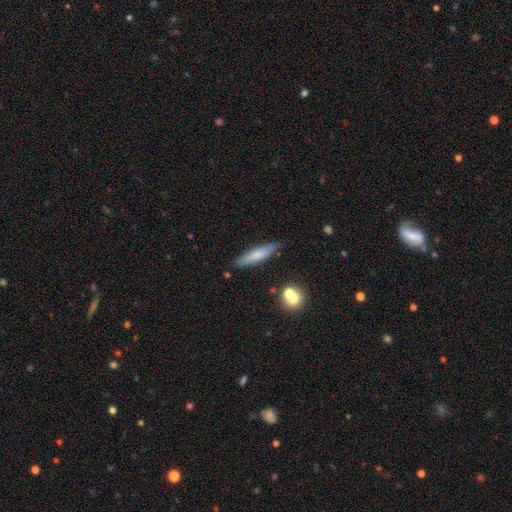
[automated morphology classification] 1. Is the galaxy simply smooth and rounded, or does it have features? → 62% smooth, 30% featured or disk, 8% star or artifact.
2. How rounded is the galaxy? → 85% cigar-shaped, 13% in between, 2% round.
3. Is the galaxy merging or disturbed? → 84% none, 11% minor disturbance, 3% merger, 2% major disturbance.